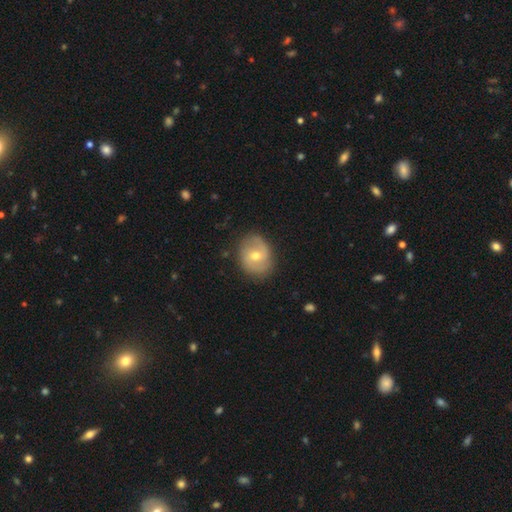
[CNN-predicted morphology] This appears to be a featured or disk galaxy (56%) with a weak bar (45%), spiral arms (75%) and a moderate central bulge (71%). Merging: none (77%).